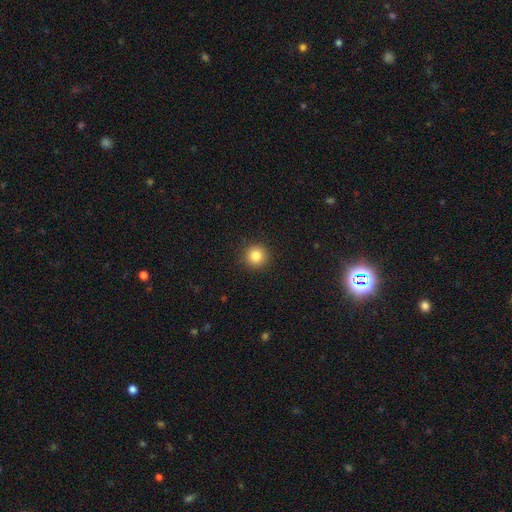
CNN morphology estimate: type=smooth (83%); roundness=round (95%); merging=none (92%).